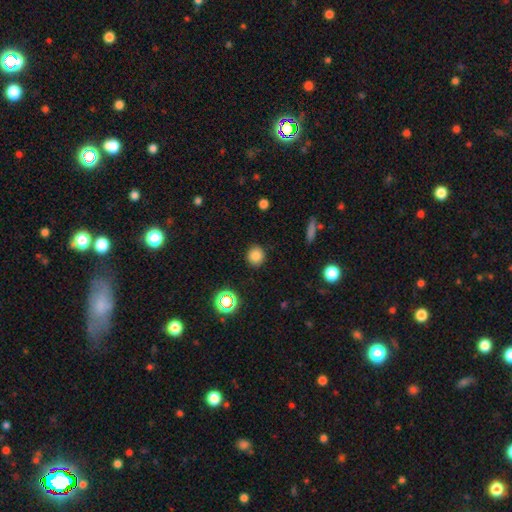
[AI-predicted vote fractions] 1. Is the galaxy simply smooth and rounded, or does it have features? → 82% smooth, 13% star or artifact, 5% featured or disk.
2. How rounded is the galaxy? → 86% round, 13% in between, 1% cigar-shaped.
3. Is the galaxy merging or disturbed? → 89% none, 7% minor disturbance, 2% major disturbance, 1% merger.